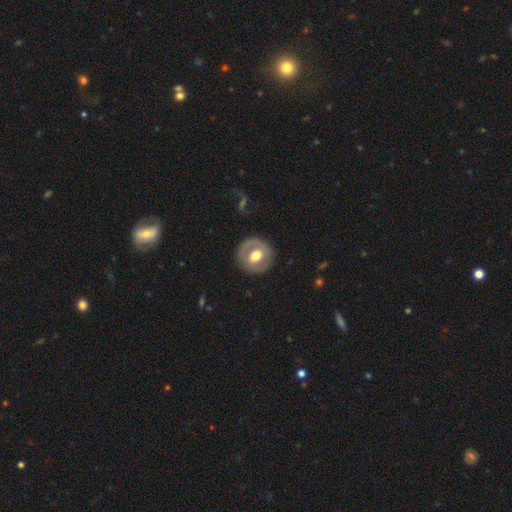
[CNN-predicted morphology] Overall: smooth (48%; featured or disk 46%). Merging: none (84%).